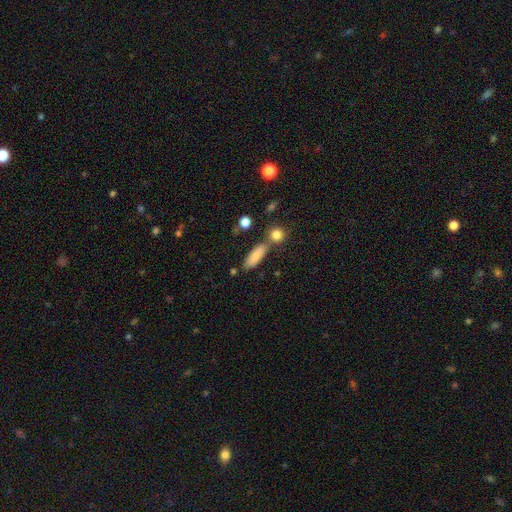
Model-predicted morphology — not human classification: smooth_or_featured: smooth (p=0.81) [alt: featured or disk p=0.12]
how_rounded: in between (p=0.64) [alt: cigar-shaped p=0.33]
merging: none (p=0.67) [alt: merger p=0.15]